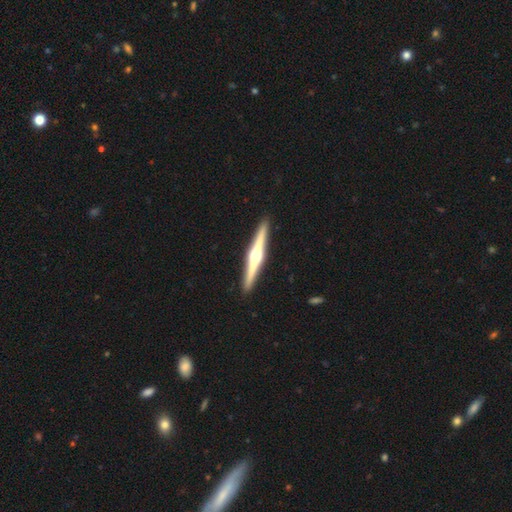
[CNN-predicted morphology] Overall: featured or disk (81%). Edge-on disk: yes (99%). Edge-on bulge: rounded (94%). Merging: none (93%).